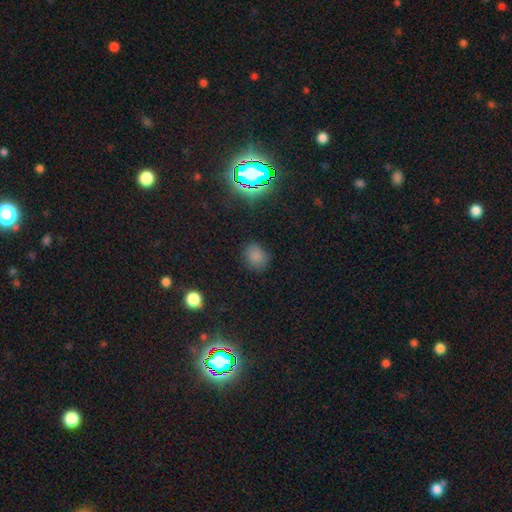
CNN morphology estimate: smooth 76%, star or artifact 19%, featured or disk 5%. Down the decision tree: how rounded — round (59%); merging — none (80%).